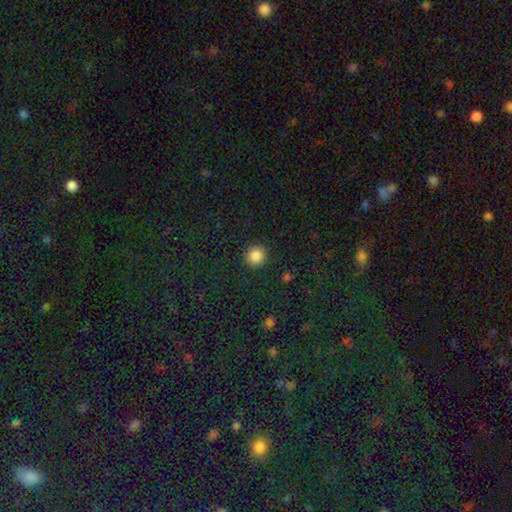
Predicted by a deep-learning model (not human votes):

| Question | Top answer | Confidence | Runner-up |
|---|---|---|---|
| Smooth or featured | smooth | 86% | star or artifact (10%) |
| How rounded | round | 88% | in between (11%) |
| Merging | none | 91% | minor disturbance (6%) |